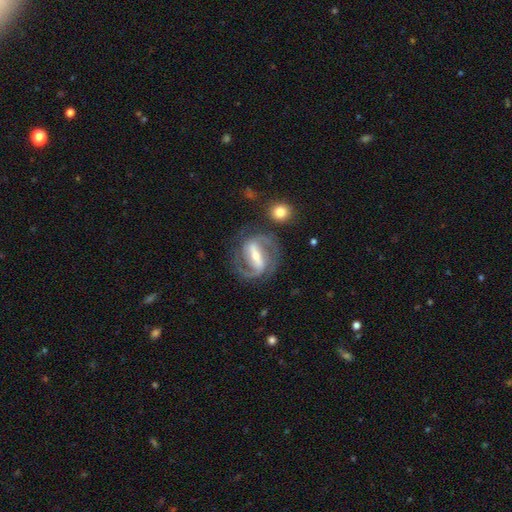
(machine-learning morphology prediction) This is clearly a featured or disk galaxy (89%). It is clearly not viewed edge-on (96%). Bar: likely strong (76%). Spiral arm pattern: clearly yes (96%). Spiral arm count: clearly 2 (89%). Spiral winding: possibly medium (55%). Central bulge: possibly moderate (46%). Merging: likely none (74%).